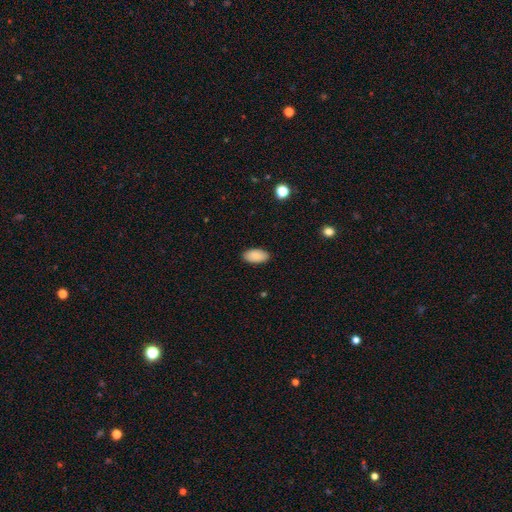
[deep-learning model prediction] Q: Smooth or featured?
A: smooth (89%); runner-up: star or artifact (7%)
Q: How rounded?
A: in between (95%); runner-up: round (3%)
Q: Merging?
A: none (88%); runner-up: minor disturbance (9%)